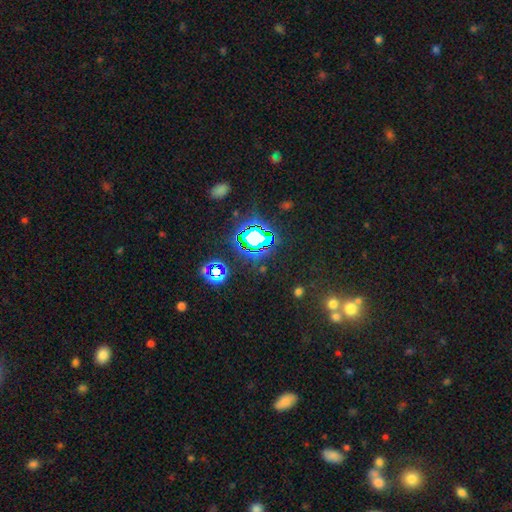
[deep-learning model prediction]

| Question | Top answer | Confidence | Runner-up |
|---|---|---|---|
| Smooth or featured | star or artifact | 73% | smooth (18%) |